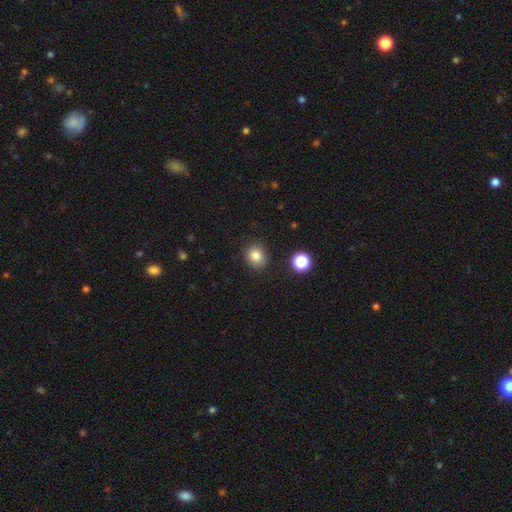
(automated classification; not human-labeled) Smooth or featured?
  - smooth: 82% *
  - star or artifact: 12%
  - featured or disk: 6%
How rounded?
  - round: 76% *
  - in between: 24%
  - cigar-shaped: 1%
Merging?
  - none: 89% *
  - minor disturbance: 7%
  - major disturbance: 2%
  - merger: 2%